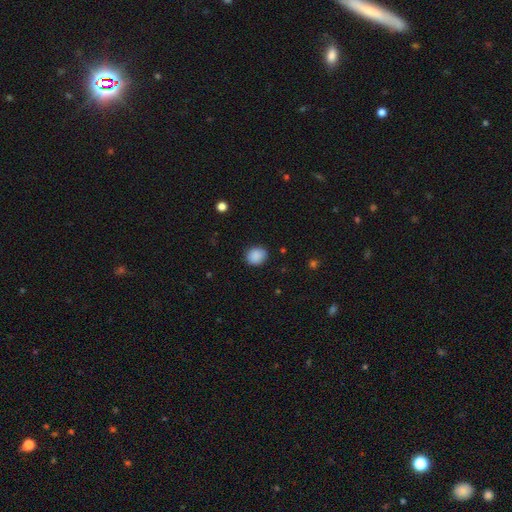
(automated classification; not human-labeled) A smooth galaxy with no disk features (88%) that is round (70%). Merging: none (86%).